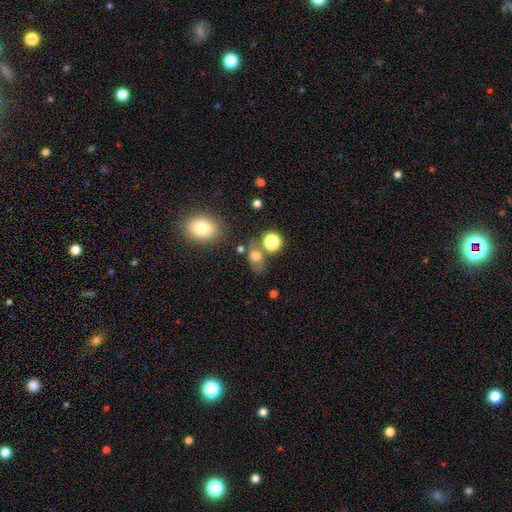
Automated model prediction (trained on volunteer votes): The model was most divided on "how rounded": in between: 50%, round: 47%, cigar-shaped: 2%. More confident: smooth or featured — smooth (69%); merging — none (56%).